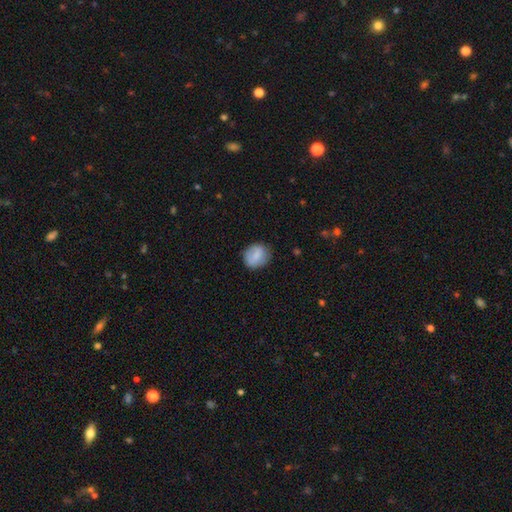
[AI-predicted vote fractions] Smooth or featured: smooth — 80% (featured or disk — 12%)
How rounded: round — 64% (in between — 35%)
Merging: none — 78% (minor disturbance — 17%)